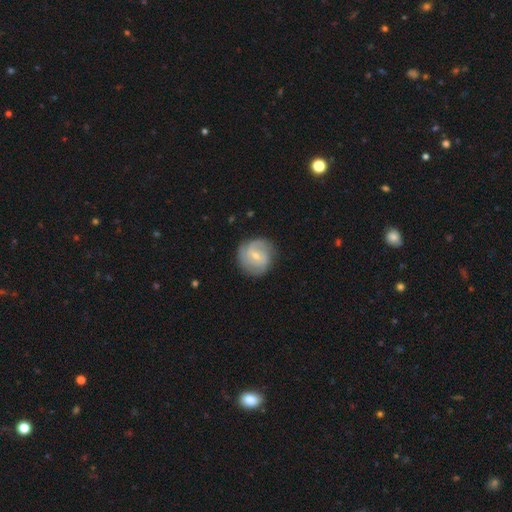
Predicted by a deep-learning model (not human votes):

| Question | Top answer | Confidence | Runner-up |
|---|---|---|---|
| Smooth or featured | featured or disk | 69% | smooth (26%) |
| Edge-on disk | no | 98% | yes (2%) |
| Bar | weak | 58% | no (29%) |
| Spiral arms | yes | 88% | no (12%) |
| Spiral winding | tight | 52% | medium (35%) |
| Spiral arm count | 2 | 44% | can't tell (30%) |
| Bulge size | small | 55% | moderate (42%) |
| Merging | none | 77% | minor disturbance (16%) |